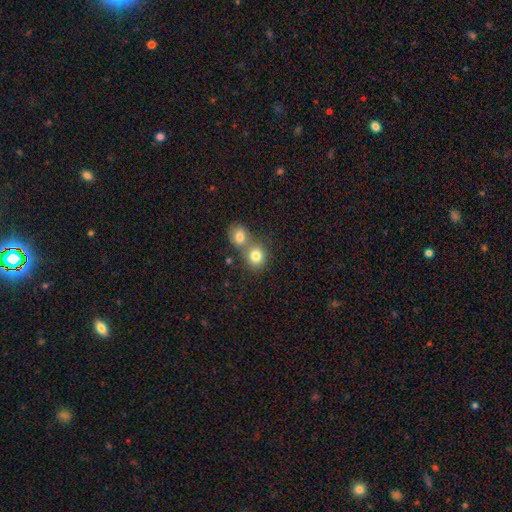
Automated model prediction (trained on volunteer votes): Morphology: type=smooth (80%); roundness=round (80%); merging=merger (50%).